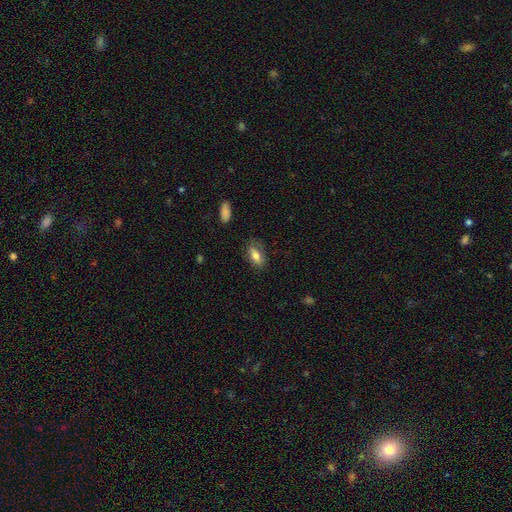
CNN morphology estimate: A smooth galaxy with no disk features (76%) that is in between round and cigar-shaped (86%). Merging: none (73%).